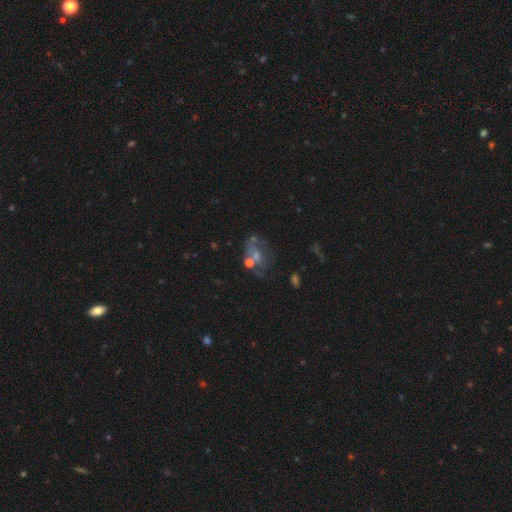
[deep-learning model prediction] Smooth or featured? featured or disk (45%)
Merging? none (40%)